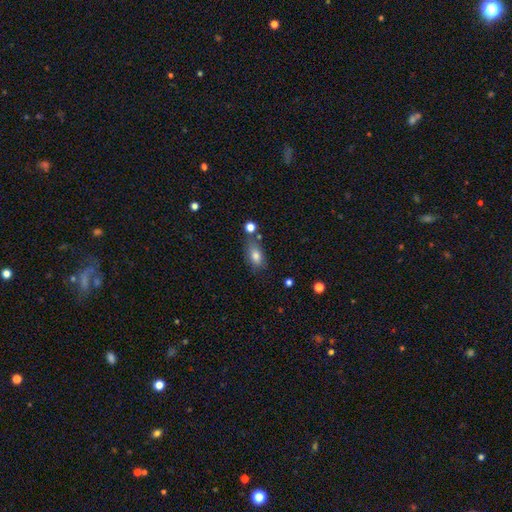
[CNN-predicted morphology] Q: Smooth or featured?
A: smooth (80%); runner-up: featured or disk (12%)
Q: How rounded?
A: in between (85%); runner-up: round (9%)
Q: Merging?
A: none (63%); runner-up: minor disturbance (19%)